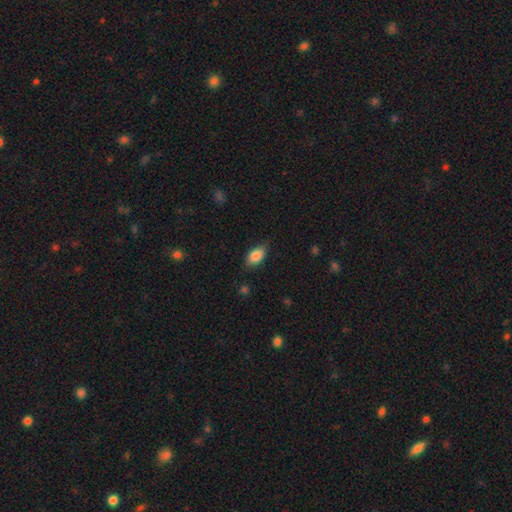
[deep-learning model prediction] Smooth or featured? Predicted: smooth (p=0.85). How rounded? Predicted: in between (p=0.90). Merging? Predicted: none (p=0.77).